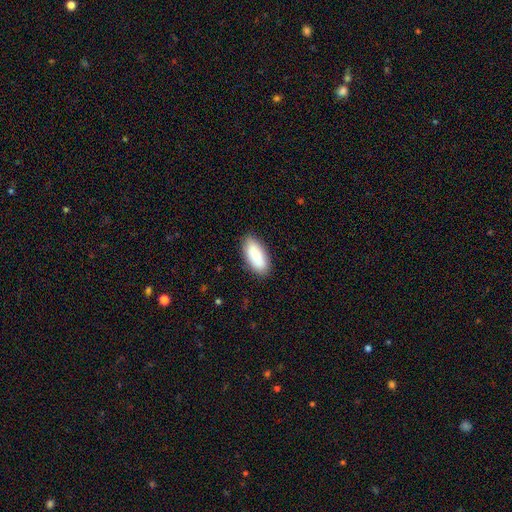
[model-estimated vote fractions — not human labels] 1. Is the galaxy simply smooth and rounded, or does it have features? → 88% smooth, 6% featured or disk, 6% star or artifact.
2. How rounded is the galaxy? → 88% in between, 10% cigar-shaped, 2% round.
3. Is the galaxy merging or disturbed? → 85% none, 11% minor disturbance, 2% major disturbance, 1% merger.